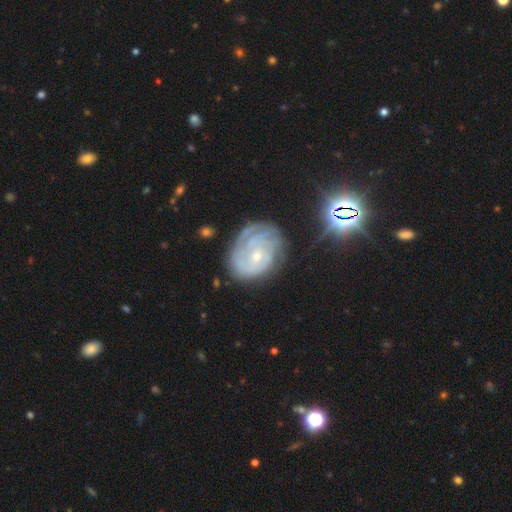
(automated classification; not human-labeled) Smooth or featured? Predicted: featured or disk (p=0.77). Edge-on disk? Predicted: no (p=0.97). Bar? Predicted: no (p=0.75). Spiral arms? Predicted: yes (p=0.89). Spiral winding? Predicted: tight (p=0.71). Spiral arm count? Predicted: can't tell (p=0.47). Bulge size? Predicted: small (p=0.75). Merging? Predicted: none (p=0.64).